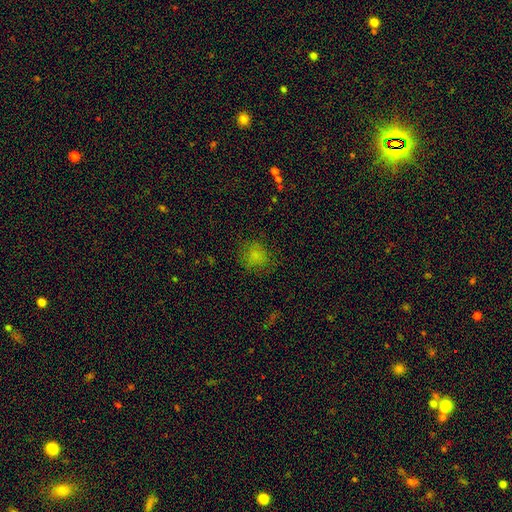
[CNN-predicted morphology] This is likely a smooth galaxy (77%). How rounded: likely round (79%). Merging: likely none (74%).